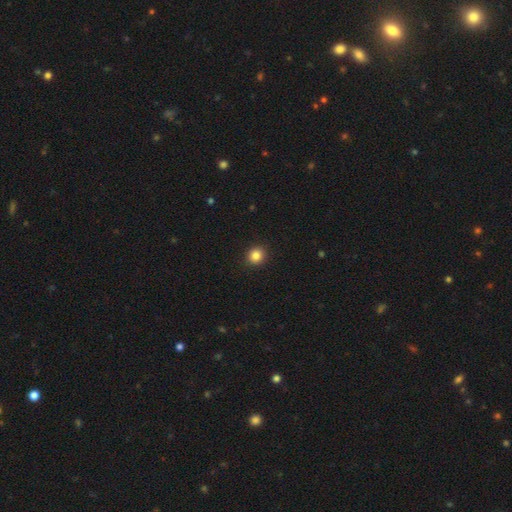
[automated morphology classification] smooth 85%, star or artifact 11%, featured or disk 4%. Down the decision tree: how rounded — round (87%); merging — none (92%).